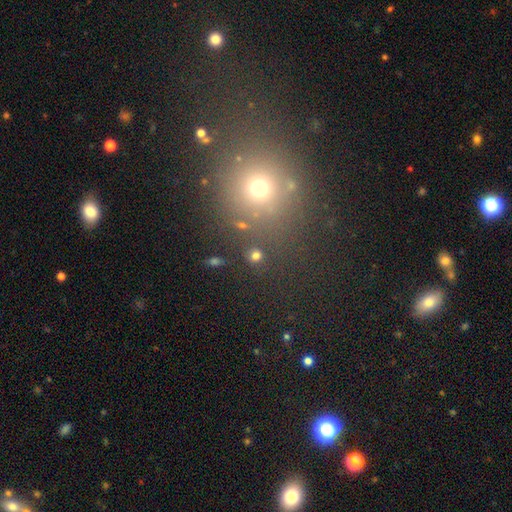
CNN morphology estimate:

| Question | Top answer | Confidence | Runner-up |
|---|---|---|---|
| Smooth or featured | smooth | 76% | star or artifact (18%) |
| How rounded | round | 87% | in between (11%) |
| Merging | none | 84% | minor disturbance (7%) |